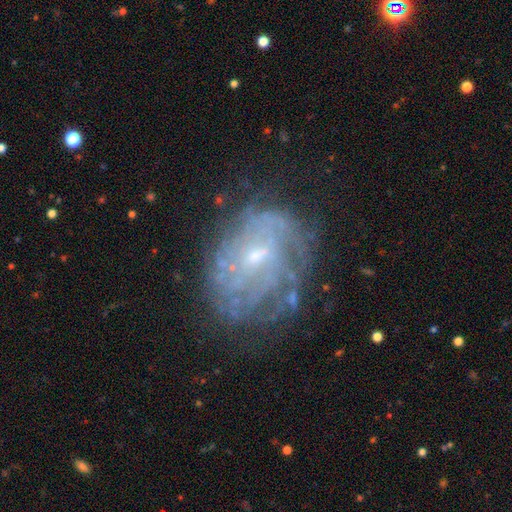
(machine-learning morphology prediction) Q: Smooth or featured?
A: featured or disk (76%); runner-up: smooth (14%)
Q: Edge-on disk?
A: no (97%); runner-up: yes (3%)
Q: Bar?
A: no (51%); runner-up: weak (41%)
Q: Spiral arms?
A: yes (78%); runner-up: no (22%)
Q: Spiral winding?
A: tight (62%); runner-up: medium (27%)
Q: Spiral arm count?
A: can't tell (57%); runner-up: 4 (11%)
Q: Bulge size?
A: small (68%); runner-up: moderate (26%)
Q: Merging?
A: none (63%); runner-up: minor disturbance (21%)